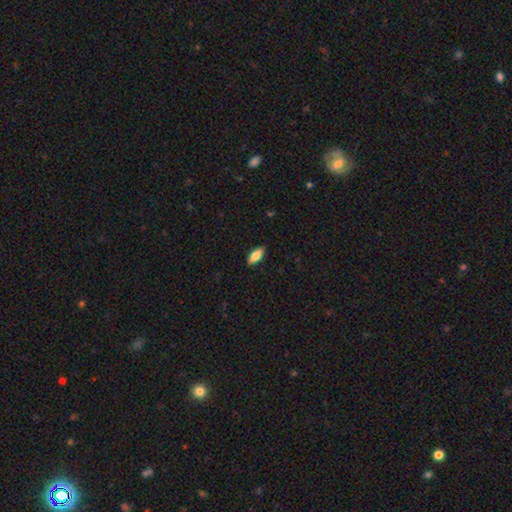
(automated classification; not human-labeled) This is likely a smooth galaxy (79%). How rounded: clearly in between (82%). Merging: clearly none (87%).